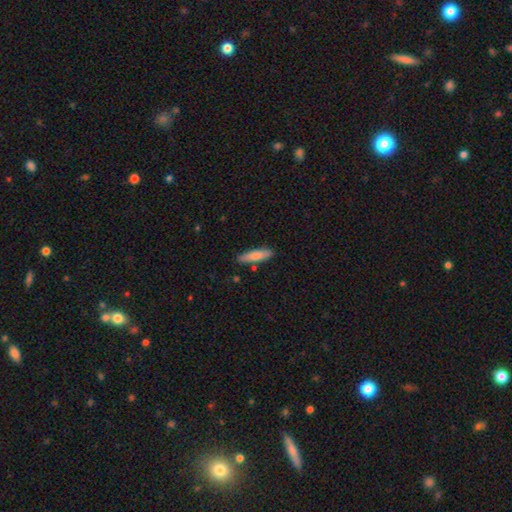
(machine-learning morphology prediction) type=smooth (80%); roundness=cigar-shaped (75%); merging=none (84%).